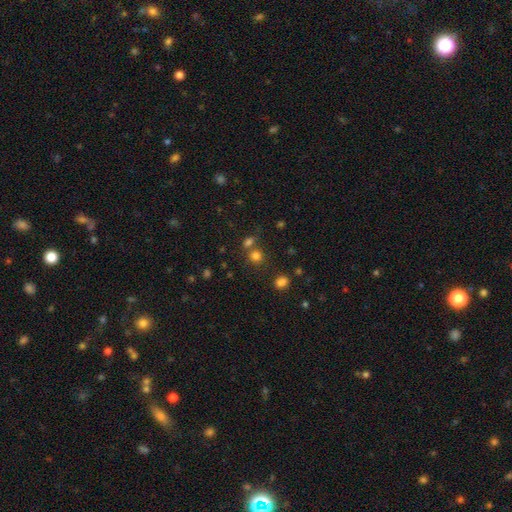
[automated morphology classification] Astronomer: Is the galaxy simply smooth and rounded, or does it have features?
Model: smooth — 75%.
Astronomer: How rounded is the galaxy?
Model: round — 80%.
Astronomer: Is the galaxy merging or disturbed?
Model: none — 62%.